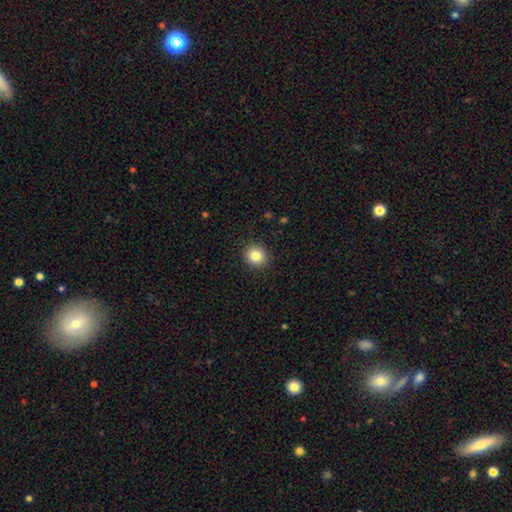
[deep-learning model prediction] This appears to be a smooth galaxy with no disk features (84%) that is round (85%). Merging: none (91%).